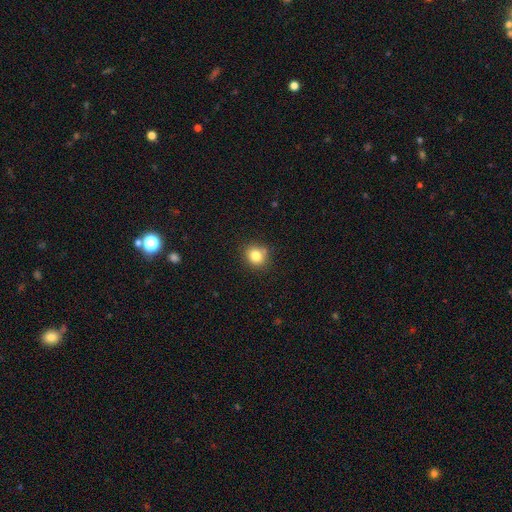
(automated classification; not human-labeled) The model was most divided on "how rounded": round: 75%, in between: 24%, cigar-shaped: 1%. More confident: smooth or featured — smooth (81%); merging — none (79%).